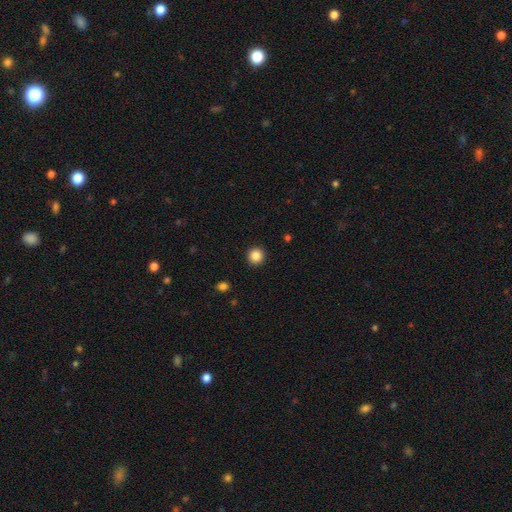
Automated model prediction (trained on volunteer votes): A smooth galaxy with no disk features (86%) that is round (94%). Merging: none (93%).